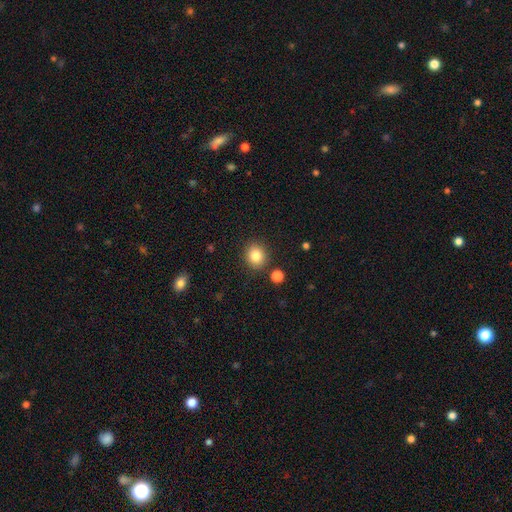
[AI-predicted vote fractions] Smooth or featured? smooth (84%)
How rounded? round (78%)
Merging? none (87%)